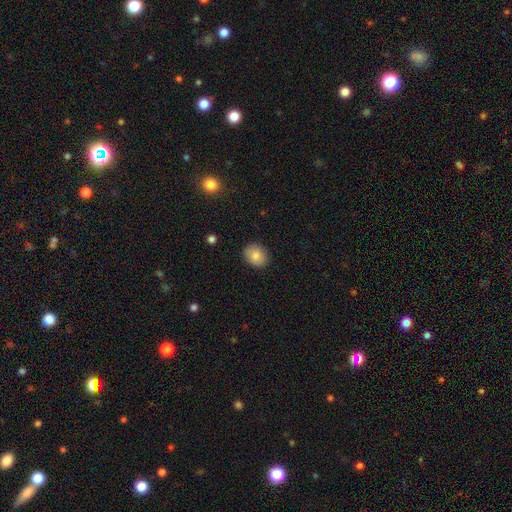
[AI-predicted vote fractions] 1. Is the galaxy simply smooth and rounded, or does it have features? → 84% smooth, 8% featured or disk, 8% star or artifact.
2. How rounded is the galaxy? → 55% round, 44% in between, 1% cigar-shaped.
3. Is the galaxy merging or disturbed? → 88% none, 9% minor disturbance, 2% major disturbance, 1% merger.